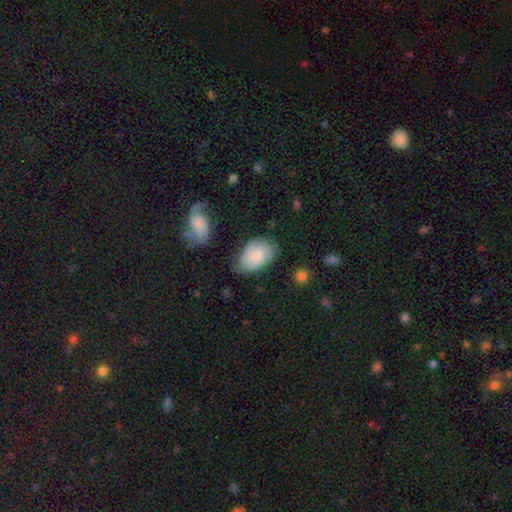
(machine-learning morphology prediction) A smooth galaxy with no disk features (65%) that is in between round and cigar-shaped (88%).

Vote fractions:
- Smooth or featured? smooth: 65% / featured or disk: 28% / star or artifact: 8%
- How rounded? in between: 88% / round: 11% / cigar-shaped: 1%
- Merging? none: 65% / minor disturbance: 25% / major disturbance: 7% / merger: 3%